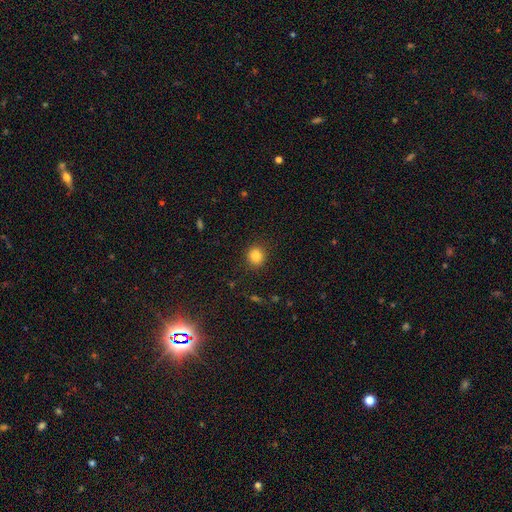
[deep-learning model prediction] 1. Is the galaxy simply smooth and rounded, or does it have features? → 84% smooth, 11% star or artifact, 5% featured or disk.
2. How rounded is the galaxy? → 87% round, 12% in between, 1% cigar-shaped.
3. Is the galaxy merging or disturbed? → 90% none, 7% minor disturbance, 3% major disturbance, 1% merger.